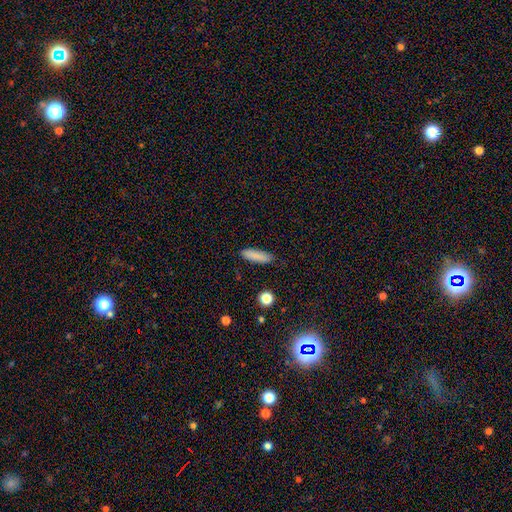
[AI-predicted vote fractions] Morphology: type=smooth (85%); roundness=cigar-shaped (55%); merging=none (84%).